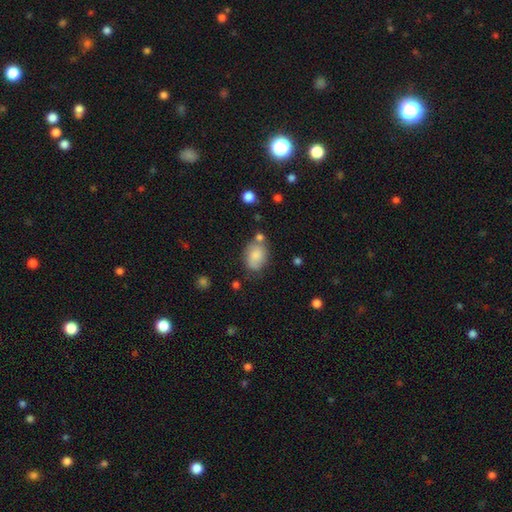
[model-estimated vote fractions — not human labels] Smooth or featured?
  - smooth: 77% *
  - featured or disk: 14%
  - star or artifact: 8%
How rounded?
  - in between: 77% *
  - round: 22%
  - cigar-shaped: 1%
Merging?
  - none: 57% *
  - minor disturbance: 23%
  - merger: 13%
  - major disturbance: 7%